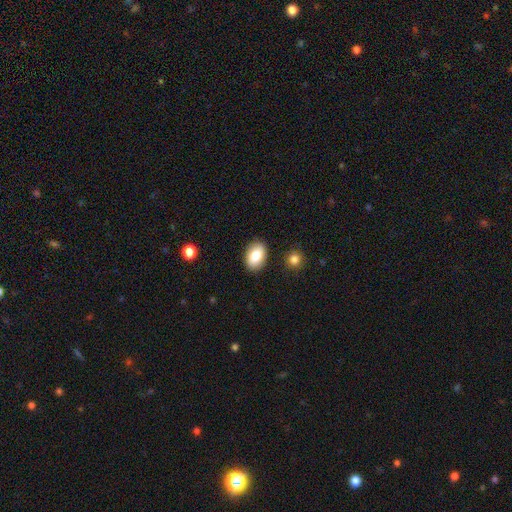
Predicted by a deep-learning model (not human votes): This is clearly a smooth galaxy (82%). How rounded: clearly in between (86%). Merging: clearly none (87%).